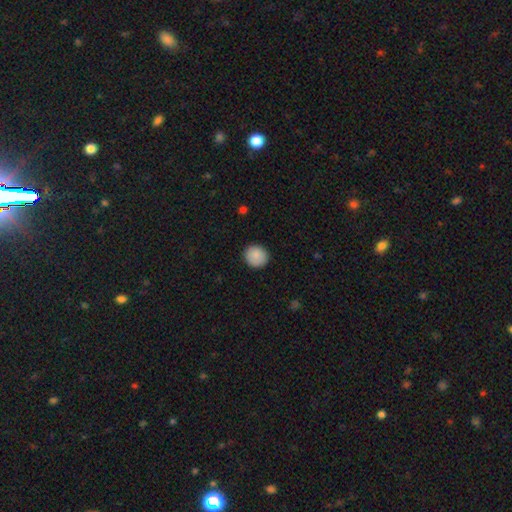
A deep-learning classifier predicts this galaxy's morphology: type=smooth (88%); roundness=round (87%); merging=none (89%).